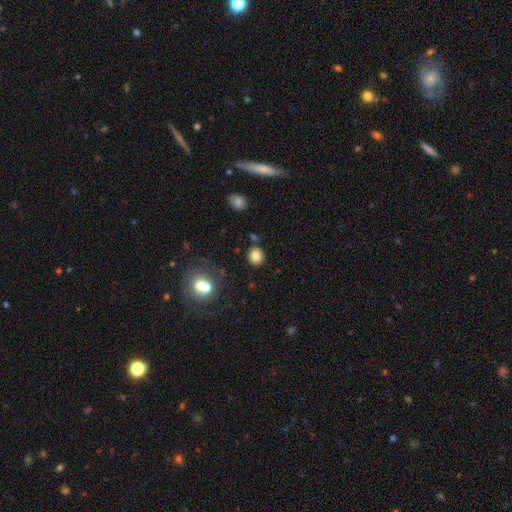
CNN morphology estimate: The model was most divided on "how rounded": round: 80%, in between: 19%, cigar-shaped: 1%. More confident: merging — none (84%); smooth or featured — smooth (81%).